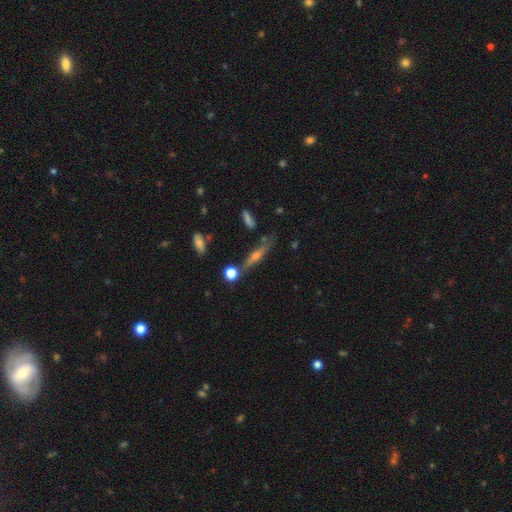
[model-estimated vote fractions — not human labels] This is likely a featured or disk galaxy (60%). It is clearly viewed edge-on (90%). Edge-on bulge: clearly rounded (81%). Merging: likely none (70%).